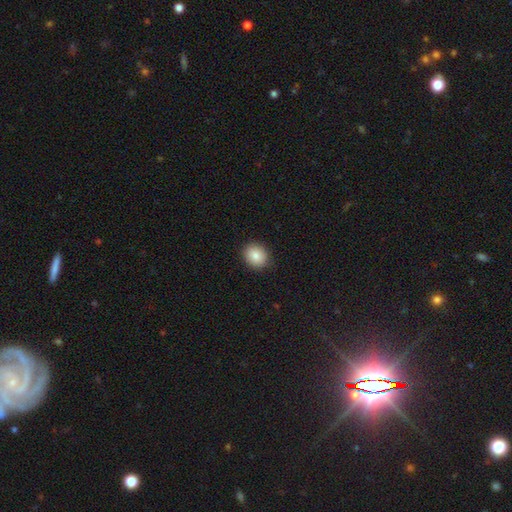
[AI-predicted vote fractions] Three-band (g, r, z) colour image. It shows a smooth galaxy with no disk features (85%) that is round (74%). Merging: none (89%).